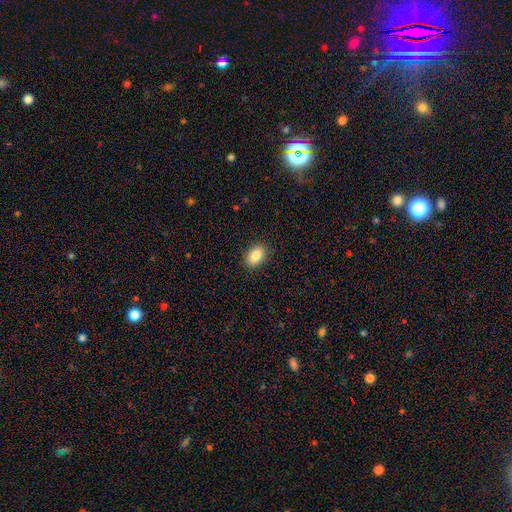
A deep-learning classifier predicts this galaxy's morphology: Q: Smooth or featured?
A: smooth (86%); runner-up: star or artifact (8%)
Q: How rounded?
A: in between (85%); runner-up: round (14%)
Q: Merging?
A: none (89%); runner-up: minor disturbance (8%)